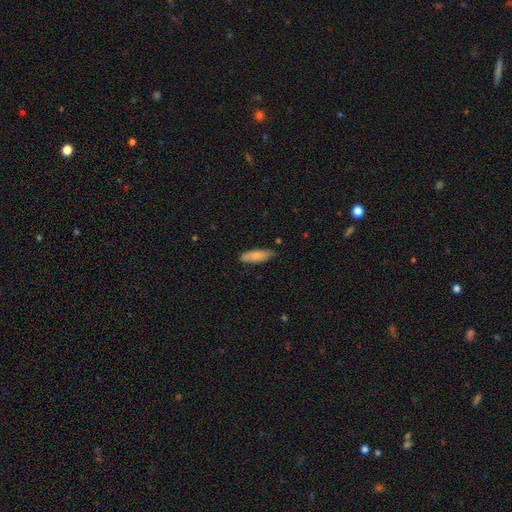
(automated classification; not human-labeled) Smooth or featured?
  - smooth: 83% *
  - featured or disk: 11%
  - star or artifact: 6%
How rounded?
  - in between: 58% *
  - cigar-shaped: 41%
  - round: 2%
Merging?
  - none: 75% *
  - minor disturbance: 20%
  - major disturbance: 3%
  - merger: 2%